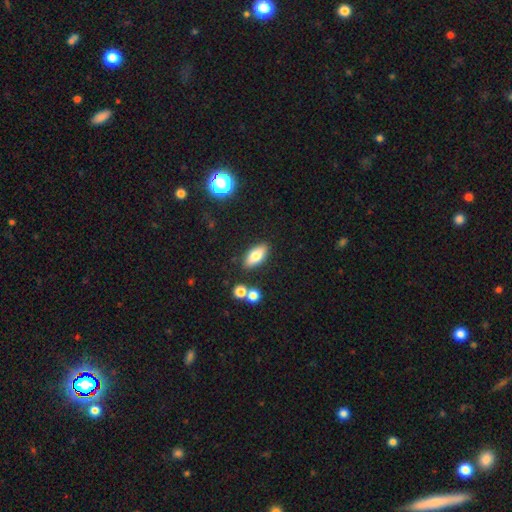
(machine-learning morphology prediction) Smooth or featured? Predicted: smooth (p=0.75). How rounded? Predicted: in between (p=0.80). Merging? Predicted: none (p=0.83).